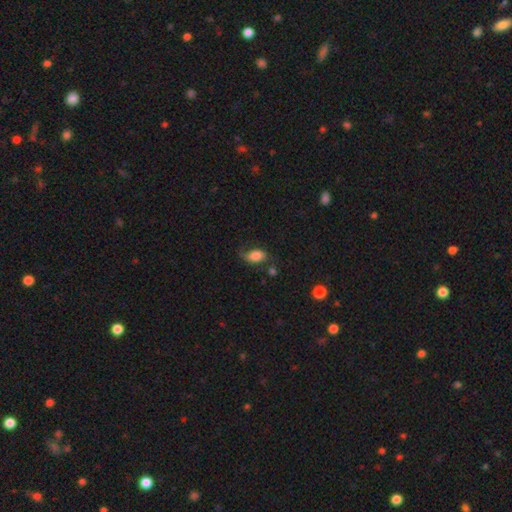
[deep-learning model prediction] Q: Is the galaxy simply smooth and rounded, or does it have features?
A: smooth — 71%.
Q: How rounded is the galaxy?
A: in between — 89%.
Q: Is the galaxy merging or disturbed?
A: none — 48%.